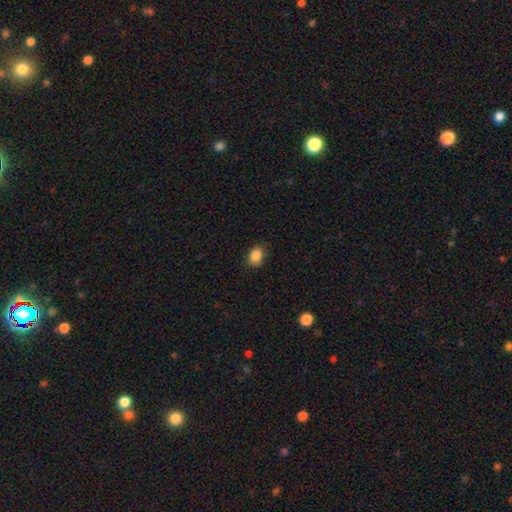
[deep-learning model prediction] Smooth or featured? Predicted: smooth (p=0.87). How rounded? Predicted: in between (p=0.69). Merging? Predicted: none (p=0.81).